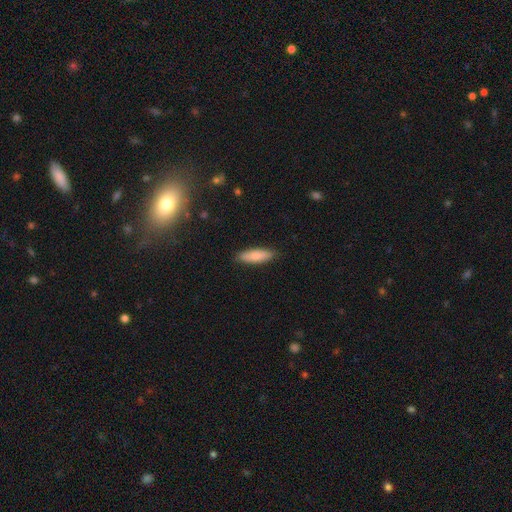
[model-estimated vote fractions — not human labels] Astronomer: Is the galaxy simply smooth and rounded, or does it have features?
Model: smooth — 83%.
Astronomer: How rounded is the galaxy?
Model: cigar-shaped — 52% (runner-up: in between, 46%).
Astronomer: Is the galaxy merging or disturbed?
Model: none — 88%.